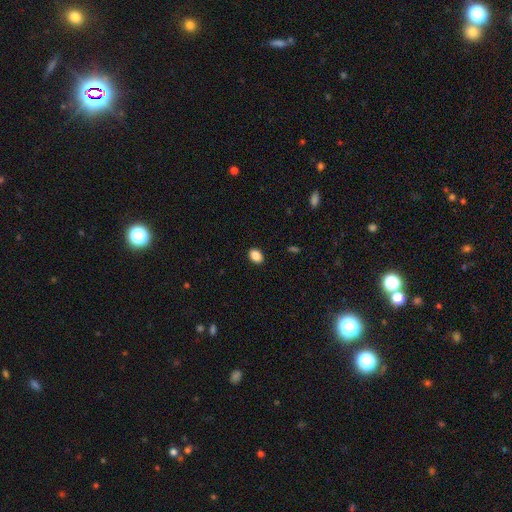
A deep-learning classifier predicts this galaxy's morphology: smooth-or-featured: smooth: 89% | star or artifact: 8% | featured or disk: 3%
  how-rounded: in between: 76% | round: 23% | cigar-shaped: 1%
  merging: none: 90% | minor disturbance: 7% | major disturbance: 2% | merger: 1%